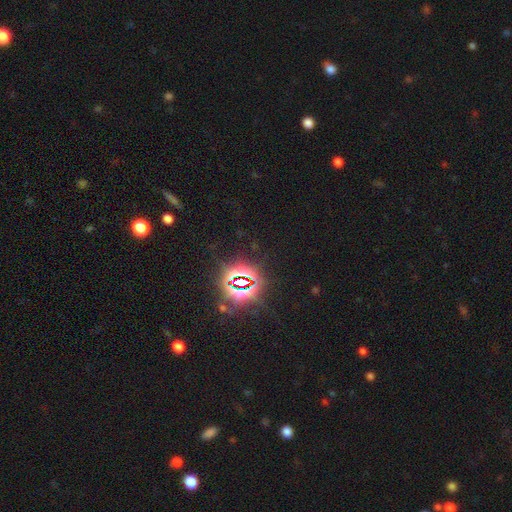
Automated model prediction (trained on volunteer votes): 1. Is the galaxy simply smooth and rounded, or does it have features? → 85% star or artifact, 9% smooth, 7% featured or disk.